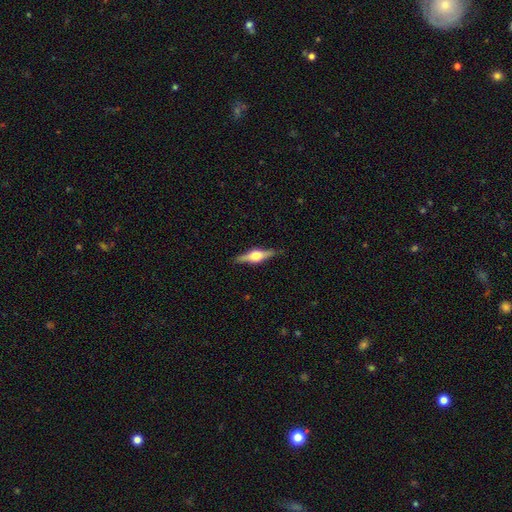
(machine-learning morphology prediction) This is likely a featured or disk galaxy (74%). It is clearly viewed edge-on (97%). Edge-on bulge: clearly rounded (94%). Merging: clearly none (89%).